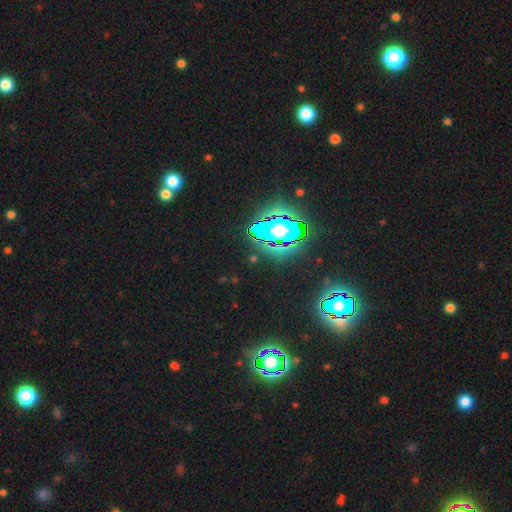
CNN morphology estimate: smooth-or-featured: star or artifact: 67% | featured or disk: 16% | smooth: 16%